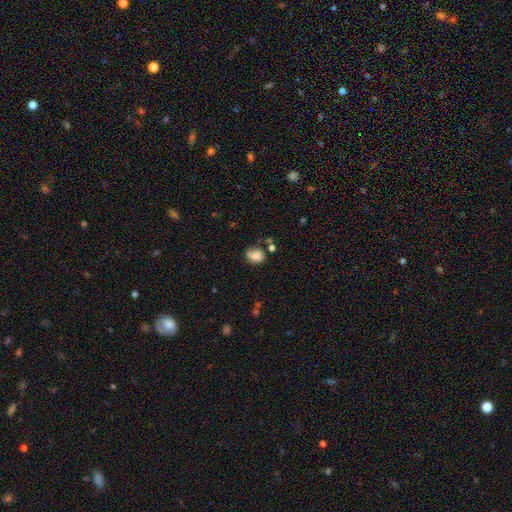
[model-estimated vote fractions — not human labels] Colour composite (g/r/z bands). It shows a smooth galaxy with no disk features (71%) that is in between round and cigar-shaped (57%). Merging: none (50%).